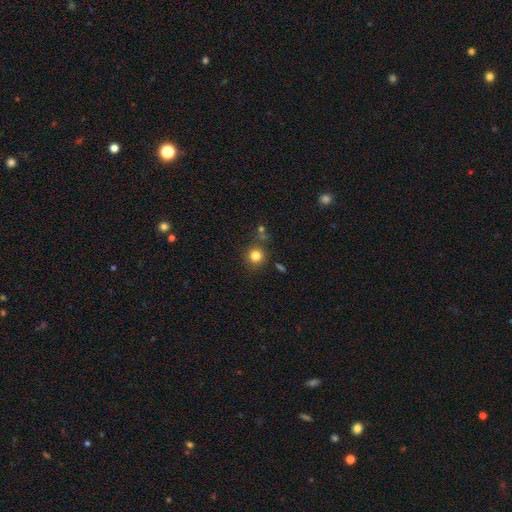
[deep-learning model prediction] A smooth galaxy with no disk features (81%) that is round (92%).

Vote fractions:
- Smooth or featured? smooth: 81% / star or artifact: 13% / featured or disk: 6%
- How rounded? round: 92% / in between: 7% / cigar-shaped: 1%
- Merging? none: 81% / minor disturbance: 10% / merger: 6% / major disturbance: 3%